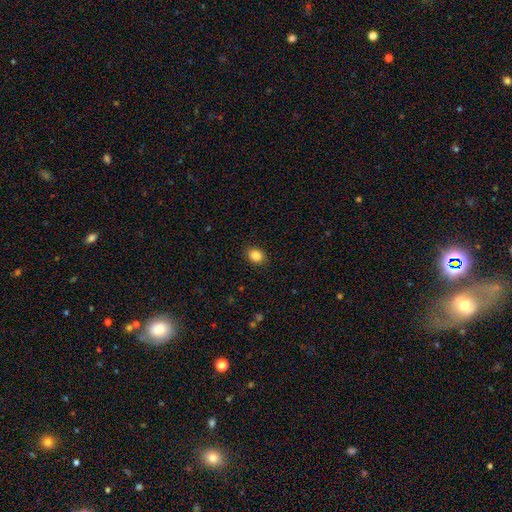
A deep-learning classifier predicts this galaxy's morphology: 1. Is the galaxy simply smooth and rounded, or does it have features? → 86% smooth, 9% star or artifact, 5% featured or disk.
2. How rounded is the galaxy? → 56% in between, 43% round, 1% cigar-shaped.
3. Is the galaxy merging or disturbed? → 89% none, 8% minor disturbance, 2% major disturbance, 1% merger.